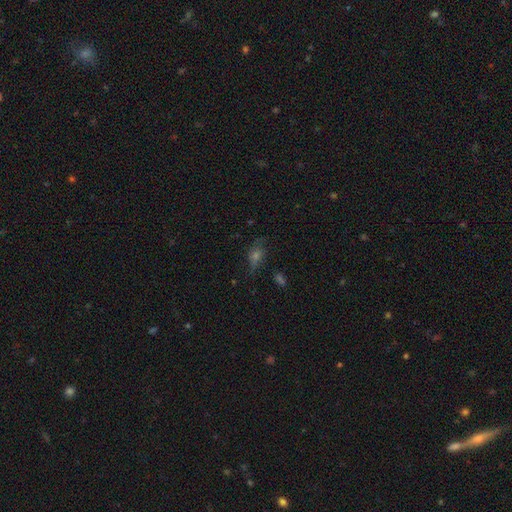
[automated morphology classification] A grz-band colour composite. It shows a smooth galaxy with no disk features (35%). Merging: none (64%).